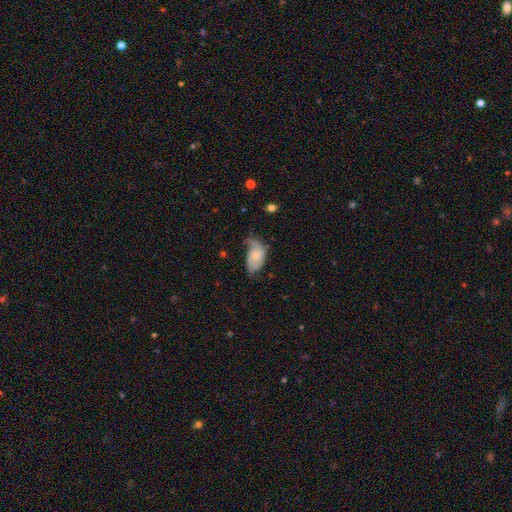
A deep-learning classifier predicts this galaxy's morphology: type=featured or disk (48%); merging=minor disturbance (38%).